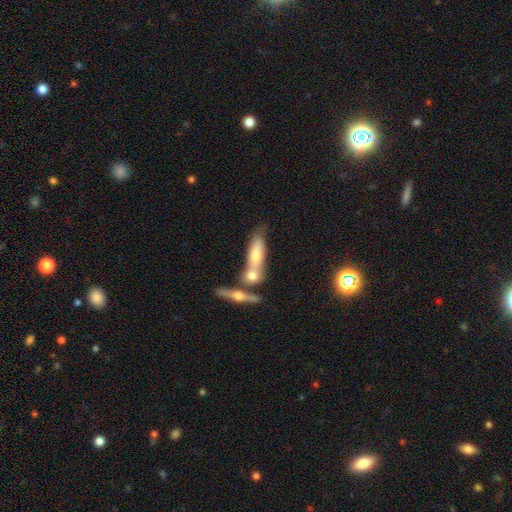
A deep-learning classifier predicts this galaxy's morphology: Overall: smooth (45%; featured or disk 44%). Merging: merger (44%; none 41%).